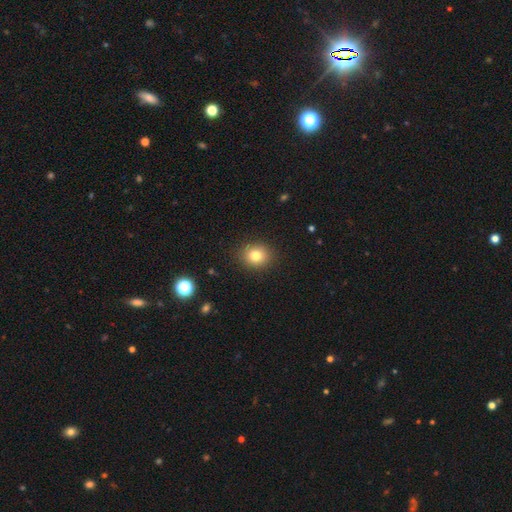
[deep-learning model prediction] Smooth or featured? smooth (80%)
How rounded? round (75%)
Merging? none (89%)